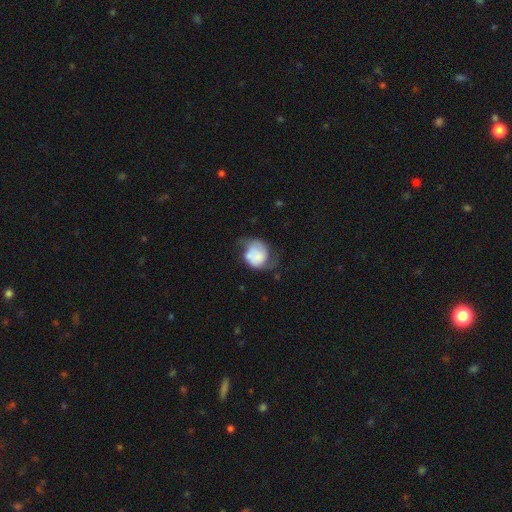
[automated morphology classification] type=smooth (51%); roundness=round (62%); merging=none (35%).